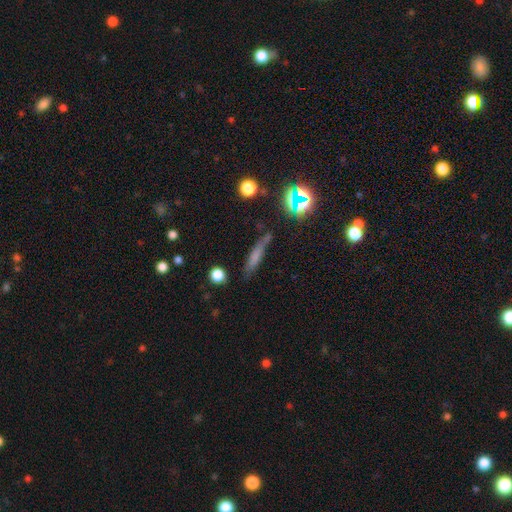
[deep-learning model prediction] Smooth or featured? Predicted: smooth (p=0.60). How rounded? Predicted: cigar-shaped (p=0.83). Merging? Predicted: none (p=0.71).